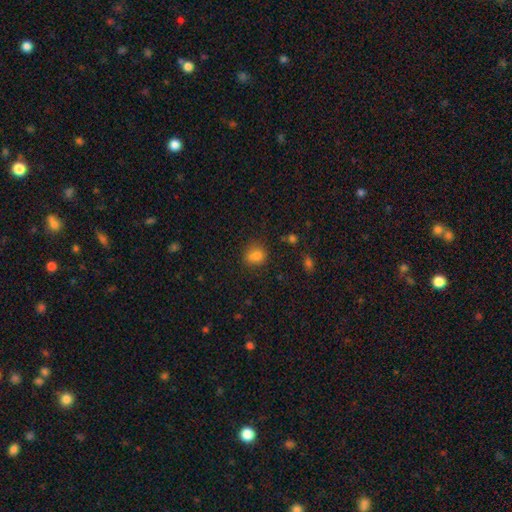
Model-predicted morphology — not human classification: type=smooth (80%); roundness=round (54%); merging=none (67%).